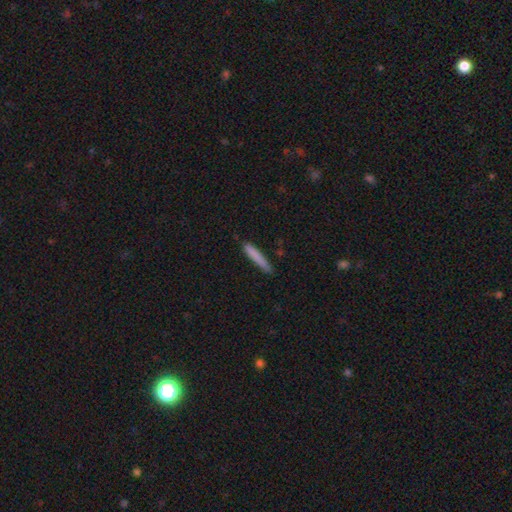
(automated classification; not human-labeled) Morphology: type=smooth (81%); roundness=cigar-shaped (94%); merging=none (82%).